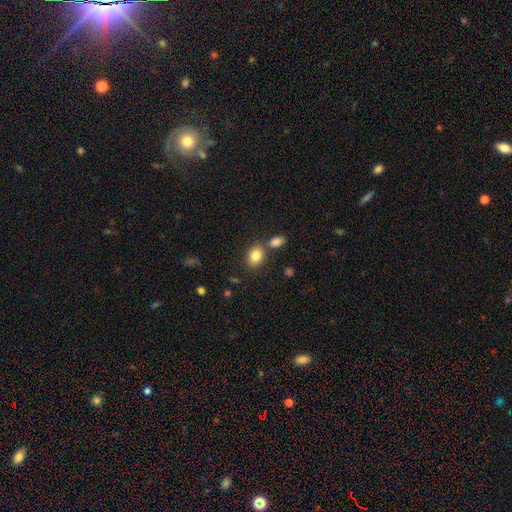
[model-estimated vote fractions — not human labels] Q: Smooth or featured?
A: smooth (83%); runner-up: star or artifact (9%)
Q: How rounded?
A: in between (63%); runner-up: round (35%)
Q: Merging?
A: none (66%); runner-up: merger (19%)